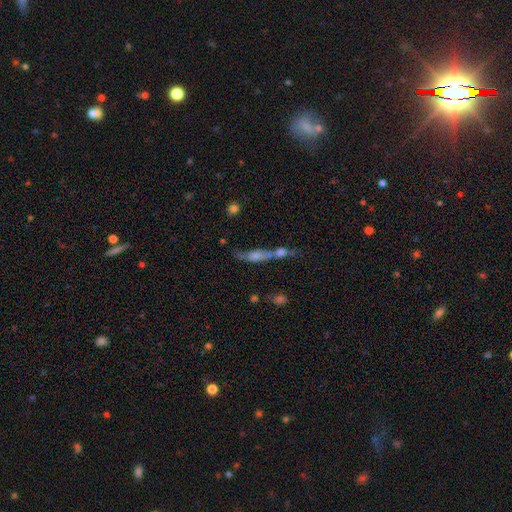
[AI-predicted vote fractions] Smooth or featured?
  - smooth: 46% *
  - featured or disk: 41%
  - star or artifact: 13%
Merging?
  - merger: 59% *
  - none: 25%
  - minor disturbance: 9%
  - major disturbance: 7%